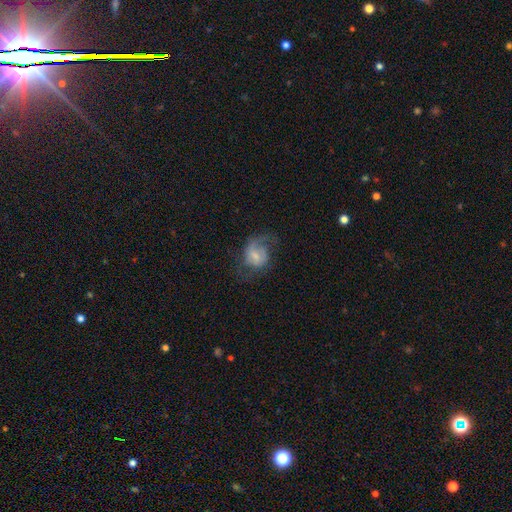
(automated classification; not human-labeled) Overall: featured or disk (53%; smooth 39%). Edge-on disk: no (97%). Bar: weak (45%, tied with no). Spiral arms: yes (79%). Bulge size: small (44%; moderate 32%). Merging: none (43%; major disturbance 32%).